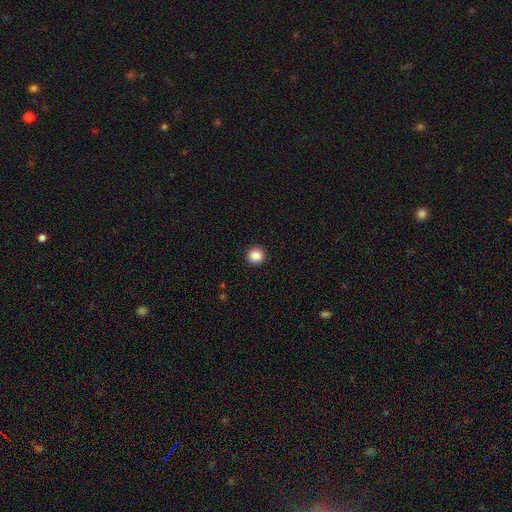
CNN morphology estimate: A smooth galaxy with no disk features (87%) that is round (93%).

Vote fractions:
- Smooth or featured? smooth: 87% / star or artifact: 10% / featured or disk: 3%
- How rounded? round: 93% / in between: 6% / cigar-shaped: 1%
- Merging? none: 93% / minor disturbance: 5% / major disturbance: 2% / merger: 1%